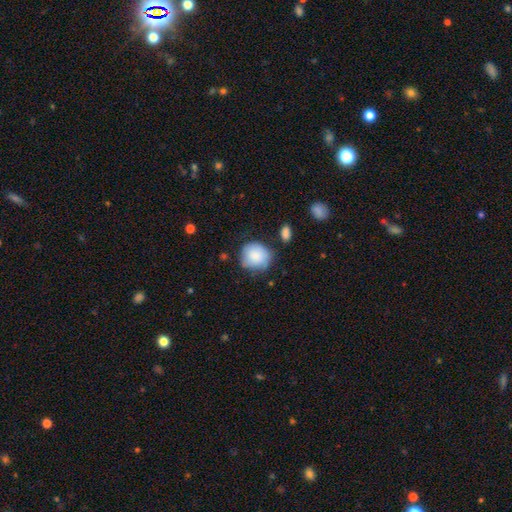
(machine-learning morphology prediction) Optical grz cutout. It shows a smooth galaxy with no disk features (83%) that is round (84%). Merging: none (66%).